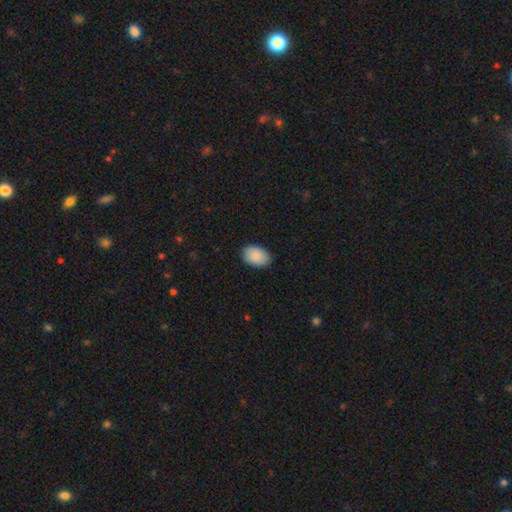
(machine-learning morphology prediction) This appears to be a smooth galaxy with no disk features (91%) that is in between round and cigar-shaped (88%). Merging: none (88%).